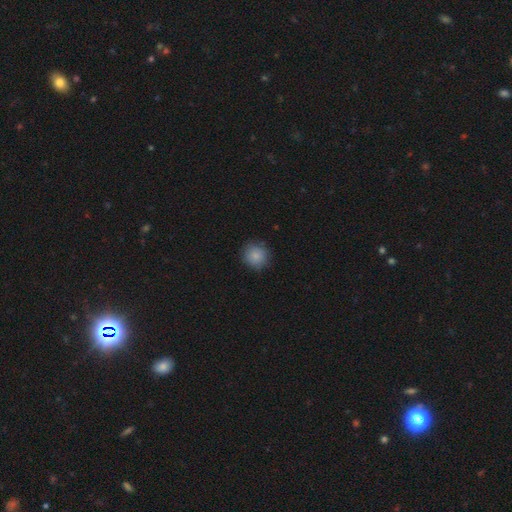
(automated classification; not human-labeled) Morphology: type=smooth (86%); roundness=round (91%); merging=none (85%).